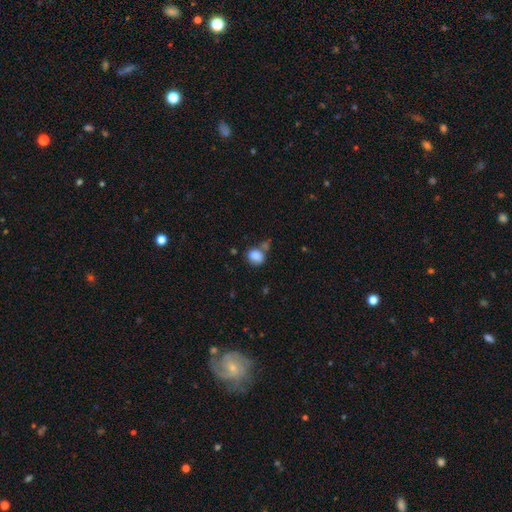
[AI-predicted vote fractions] Q: Smooth or featured?
A: smooth (85%); runner-up: star or artifact (9%)
Q: How rounded?
A: round (54%); runner-up: in between (45%)
Q: Merging?
A: none (52%); runner-up: merger (21%)